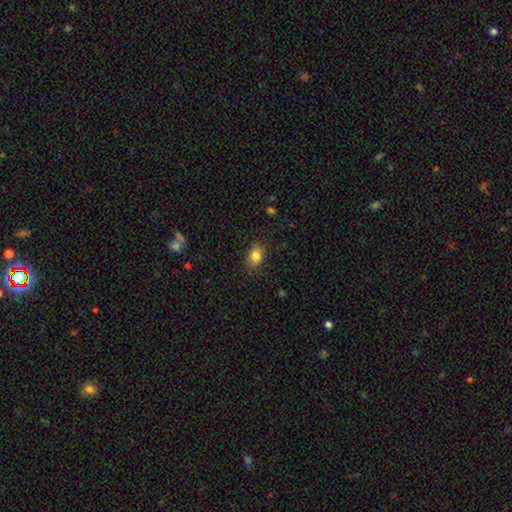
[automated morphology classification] The model was most divided on "how rounded": in between: 72%, round: 26%, cigar-shaped: 2%. More confident: merging — none (84%); smooth or featured — smooth (83%).